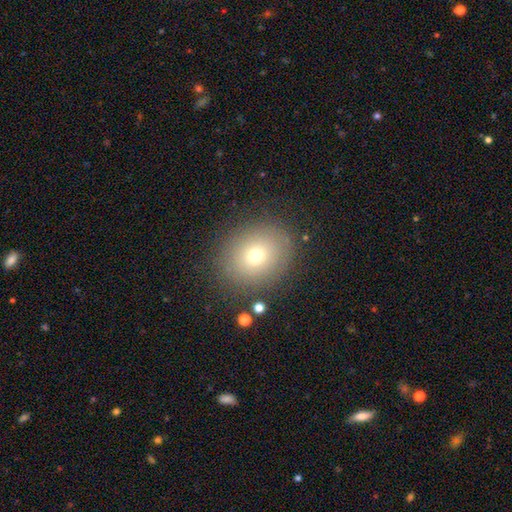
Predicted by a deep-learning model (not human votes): Smooth or featured? smooth (69%)
How rounded? round (69%)
Merging? none (83%)